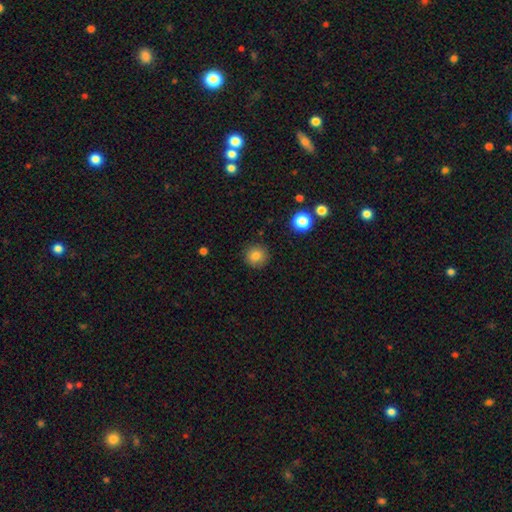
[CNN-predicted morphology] Smooth or featured? Predicted: smooth (p=0.82). How rounded? Predicted: round (p=0.93). Merging? Predicted: none (p=0.90).